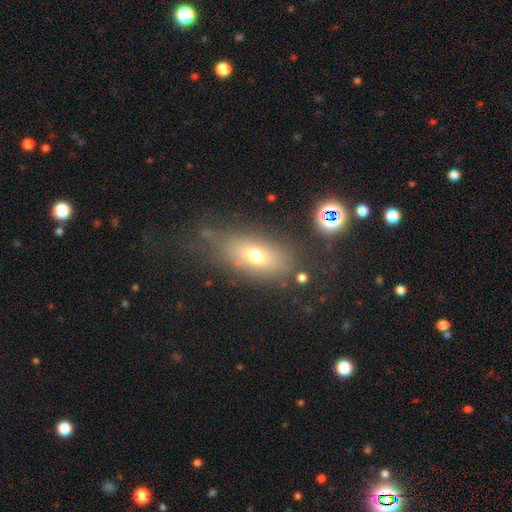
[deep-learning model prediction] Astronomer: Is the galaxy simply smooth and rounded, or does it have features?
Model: smooth — 67%.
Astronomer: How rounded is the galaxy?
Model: in between — 79%.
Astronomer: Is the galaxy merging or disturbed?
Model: none — 61%.